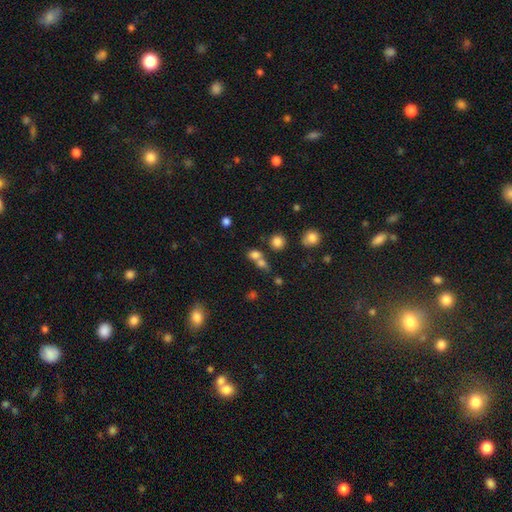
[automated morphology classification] This appears to be a smooth galaxy with no disk features (74%) that is round (66%). Merging: merger (45%).